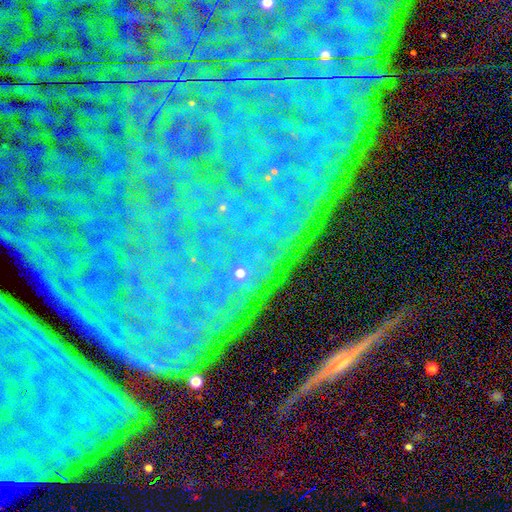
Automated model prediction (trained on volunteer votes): smooth-or-featured: star or artifact: 66% | featured or disk: 23% | smooth: 11%